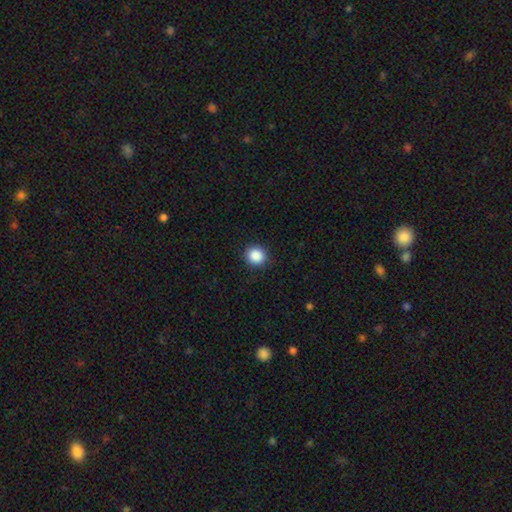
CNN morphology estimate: The model was most divided on "how rounded": round: 88%, in between: 11%, cigar-shaped: 1%. More confident: merging — none (91%); smooth or featured — smooth (88%).